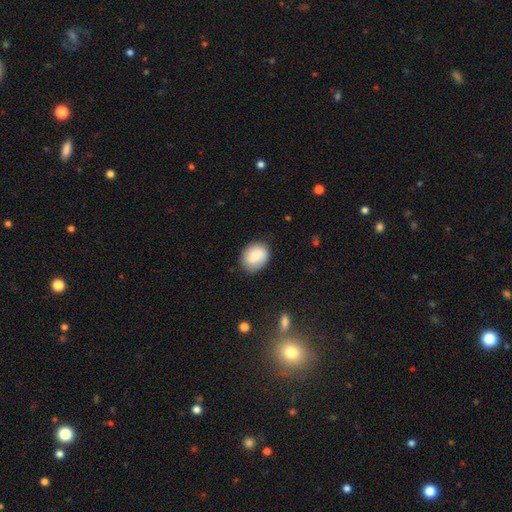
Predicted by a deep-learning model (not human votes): Smooth or featured: smooth — 82% (featured or disk — 11%)
How rounded: in between — 55% (round — 44%)
Merging: none — 79% (minor disturbance — 16%)